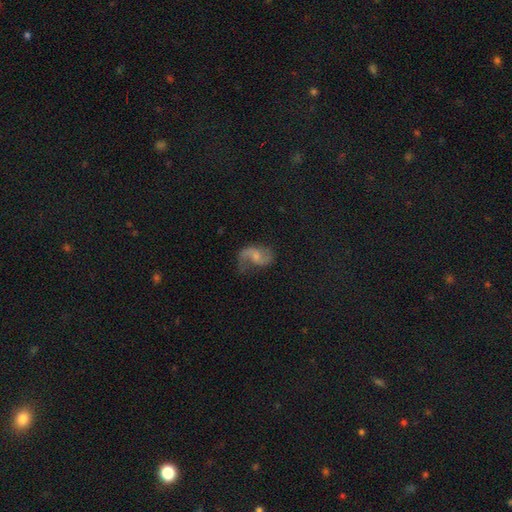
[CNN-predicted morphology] featured or disk 79%, smooth 13%, star or artifact 8%. Down the decision tree: edge-on disk — no (98%); bar — no (50%); spiral arms — yes (95%); spiral arm count — 2 (84%); spiral winding — loose (67%); bulge size — small (46%); merging — none (60%).